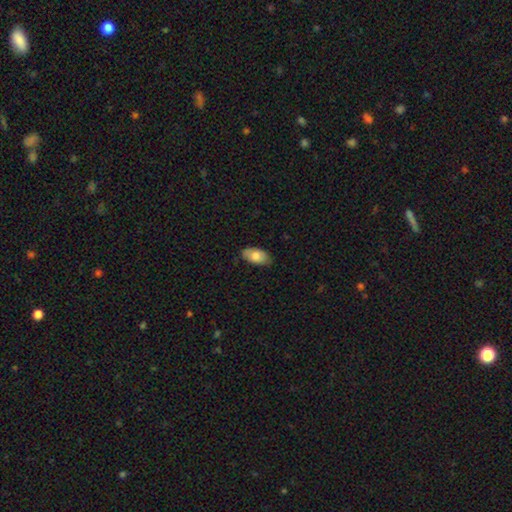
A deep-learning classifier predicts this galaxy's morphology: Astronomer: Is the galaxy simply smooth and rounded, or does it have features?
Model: smooth — 77%.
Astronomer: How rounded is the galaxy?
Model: in between — 94%.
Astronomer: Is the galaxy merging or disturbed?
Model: none — 76%.